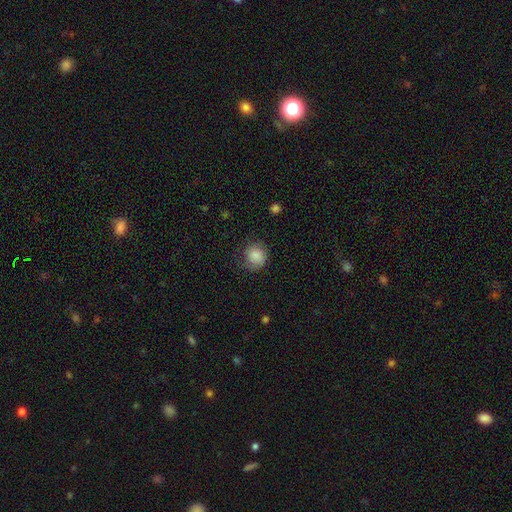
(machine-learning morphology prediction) This appears to be a smooth galaxy with no disk features (83%) that is round (85%). Merging: none (68%).